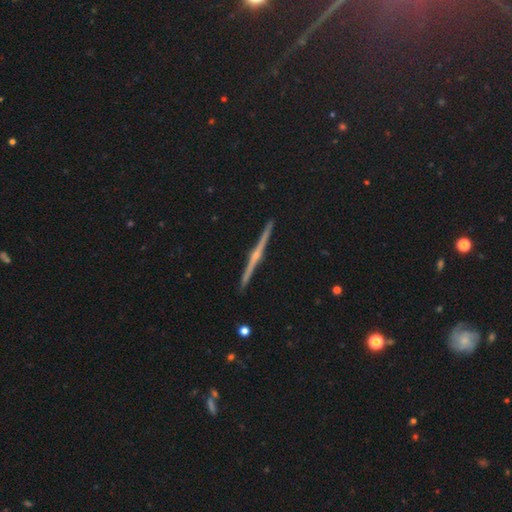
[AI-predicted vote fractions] featured or disk 85%, smooth 9%, star or artifact 6%. Down the decision tree: edge-on disk — yes (99%); edge-on bulge — rounded (80%); merging — none (93%).